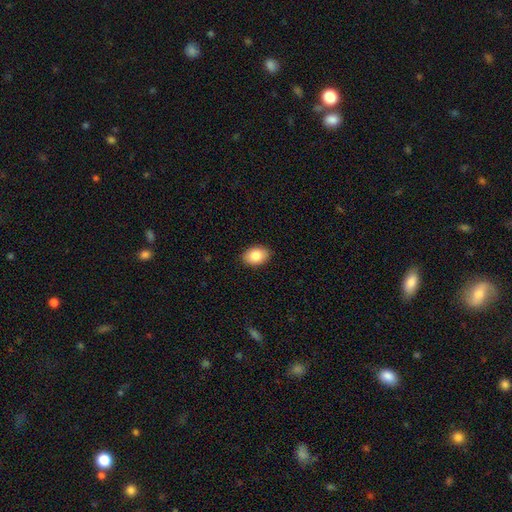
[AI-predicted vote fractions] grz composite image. It shows a smooth galaxy with no disk features (85%) that is in between round and cigar-shaped (81%). Merging: none (89%).